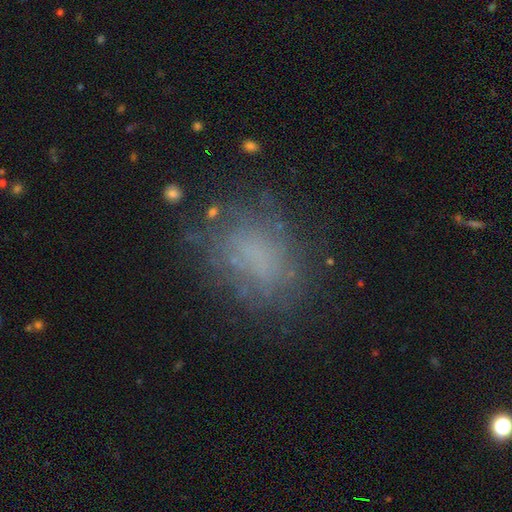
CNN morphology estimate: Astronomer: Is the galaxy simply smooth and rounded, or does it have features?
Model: smooth — 53% (runner-up: featured or disk, 31%).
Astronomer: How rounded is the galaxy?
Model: in between — 68%.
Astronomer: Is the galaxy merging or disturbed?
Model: none — 67%.